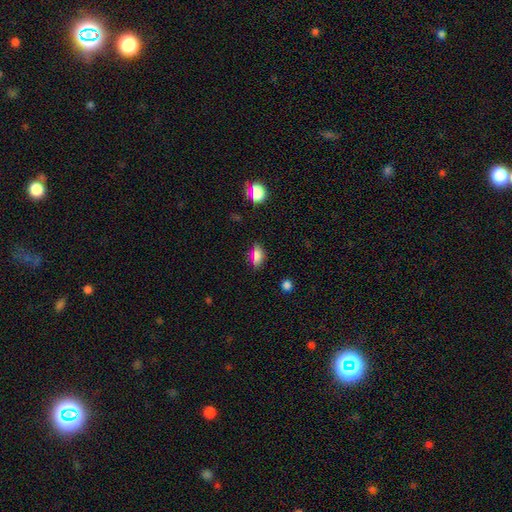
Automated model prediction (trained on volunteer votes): Overall: smooth (71%). How rounded: in between (75%). Merging: none (82%).